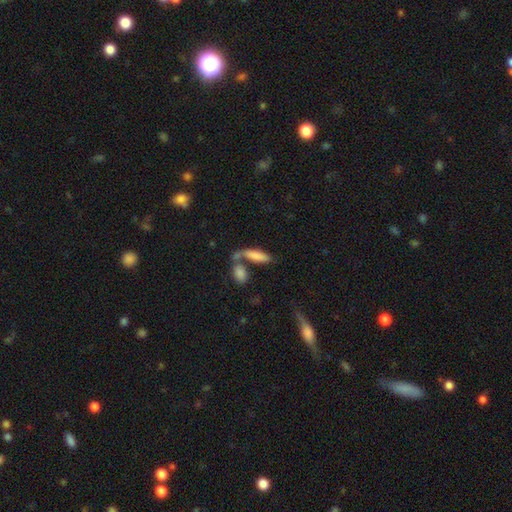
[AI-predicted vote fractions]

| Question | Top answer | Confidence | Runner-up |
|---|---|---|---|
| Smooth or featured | smooth | 80% | featured or disk (12%) |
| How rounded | in between | 49% | cigar-shaped (48%) |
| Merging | none | 44% | merger (39%) |